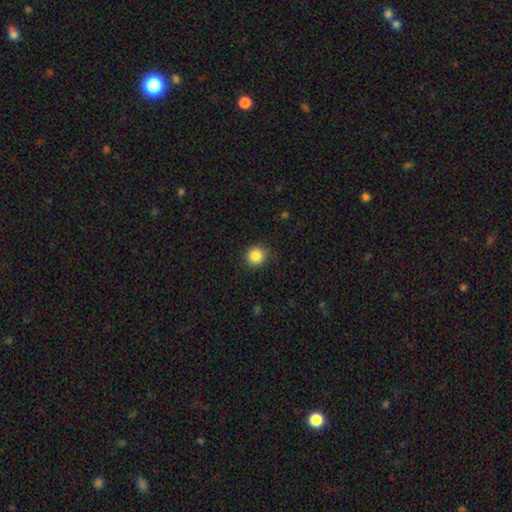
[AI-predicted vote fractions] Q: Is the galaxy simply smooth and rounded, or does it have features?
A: smooth — 86%.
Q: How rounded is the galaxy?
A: round — 92%.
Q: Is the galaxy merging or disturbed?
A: none — 88%.